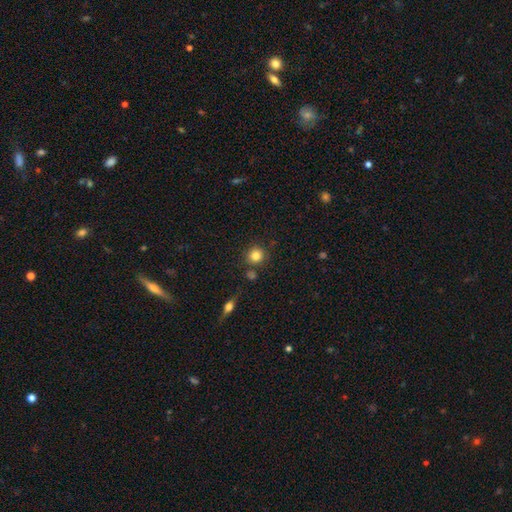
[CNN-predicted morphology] A smooth galaxy with no disk features (83%) that is round (91%).

Vote fractions:
- Smooth or featured? smooth: 83% / star or artifact: 10% / featured or disk: 6%
- How rounded? round: 91% / in between: 8% / cigar-shaped: 1%
- Merging? none: 81% / minor disturbance: 9% / merger: 7% / major disturbance: 3%